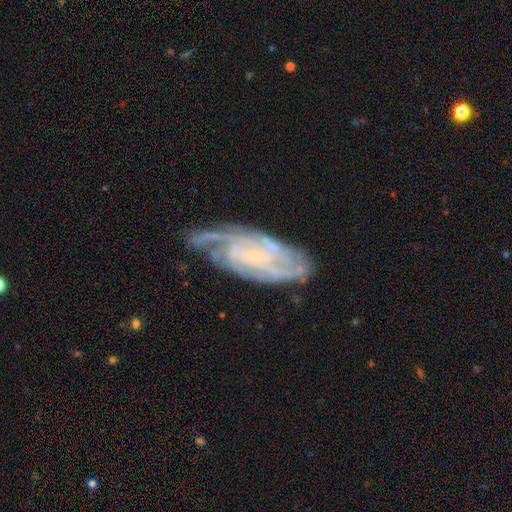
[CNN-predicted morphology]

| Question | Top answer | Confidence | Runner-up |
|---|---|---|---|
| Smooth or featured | featured or disk | 82% | smooth (11%) |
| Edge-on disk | no | 92% | yes (8%) |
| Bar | no | 60% | weak (31%) |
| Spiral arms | yes | 94% | no (6%) |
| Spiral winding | tight | 60% | medium (32%) |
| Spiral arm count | can't tell | 38% | 2 (21%) |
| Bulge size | small | 62% | none (25%) |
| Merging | none | 63% | minor disturbance (24%) |